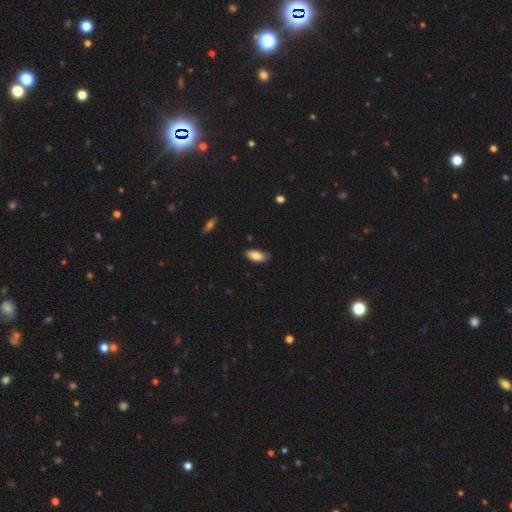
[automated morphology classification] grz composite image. It shows a smooth galaxy with no disk features (83%) that is in between round and cigar-shaped (90%). Merging: none (76%).